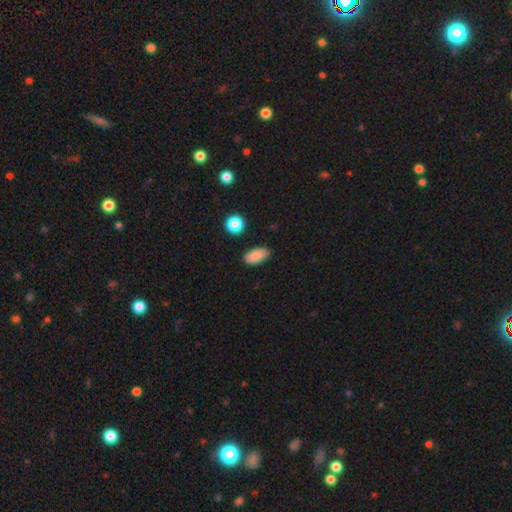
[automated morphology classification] Smooth or featured? Predicted: smooth (p=0.87). How rounded? Predicted: in between (p=0.91). Merging? Predicted: none (p=0.84).